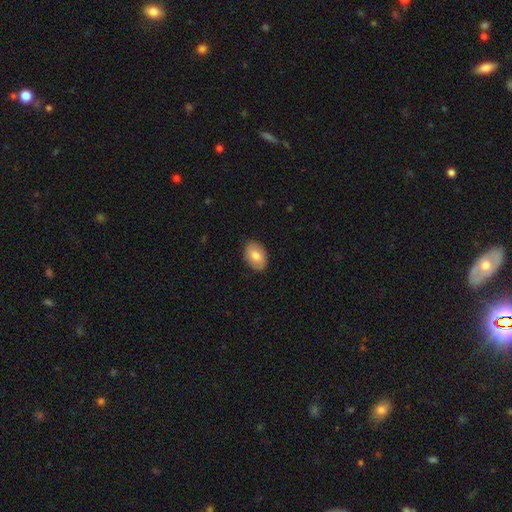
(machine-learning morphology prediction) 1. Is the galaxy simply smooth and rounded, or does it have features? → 76% smooth, 18% featured or disk, 7% star or artifact.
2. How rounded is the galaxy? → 85% in between, 14% round, 1% cigar-shaped.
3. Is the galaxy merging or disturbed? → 87% none, 10% minor disturbance, 2% major disturbance, 1% merger.